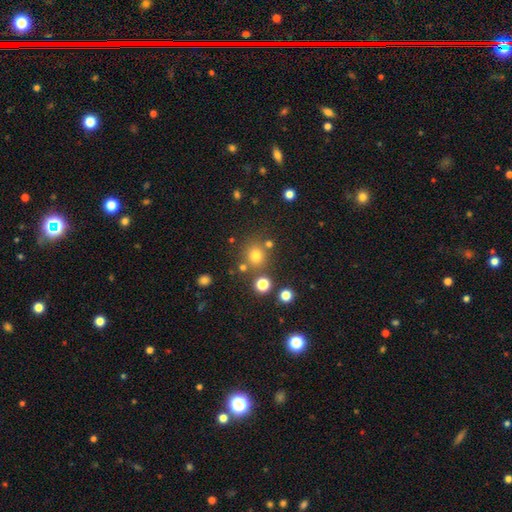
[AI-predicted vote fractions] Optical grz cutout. It shows a smooth galaxy with no disk features (73%) that is round (89%). Merging: none (76%).